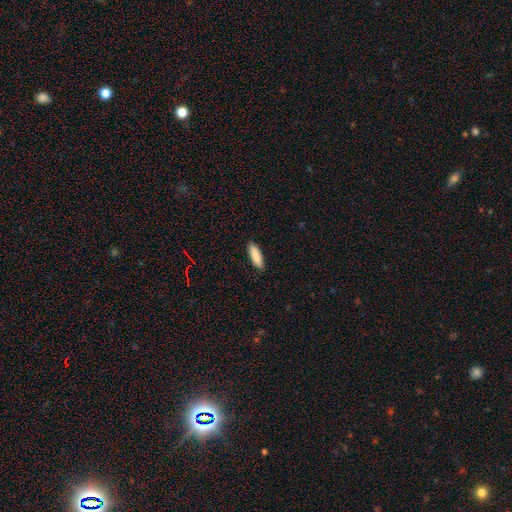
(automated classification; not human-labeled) This is clearly a smooth galaxy (88%). How rounded: possibly cigar-shaped (51%). Merging: clearly none (90%).